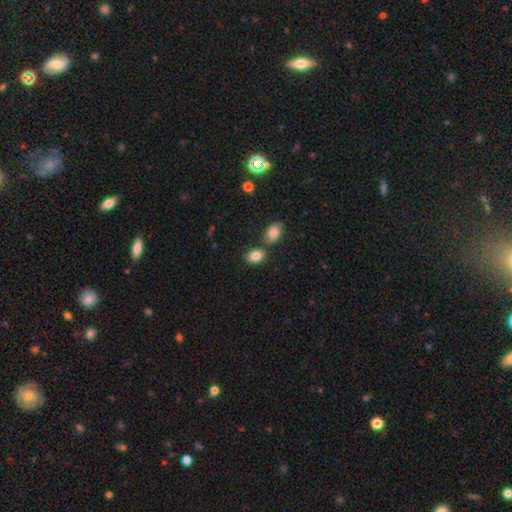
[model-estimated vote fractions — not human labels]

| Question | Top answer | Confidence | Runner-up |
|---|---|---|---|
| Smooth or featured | smooth | 85% | star or artifact (8%) |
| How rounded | in between | 80% | round (19%) |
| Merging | none | 65% | merger (19%) |